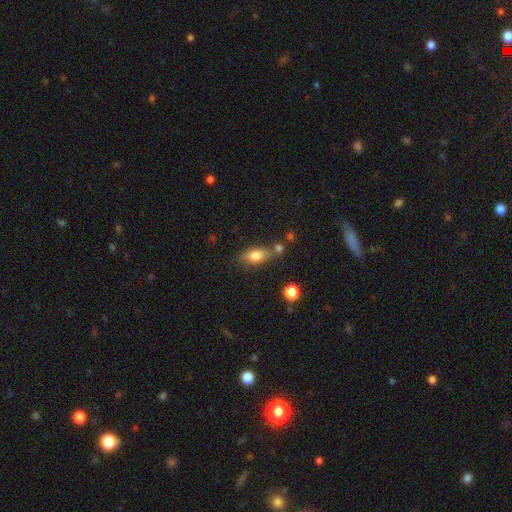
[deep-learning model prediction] Smooth or featured? Predicted: smooth (p=0.74). How rounded? Predicted: in between (p=0.78). Merging? Predicted: none (p=0.59).